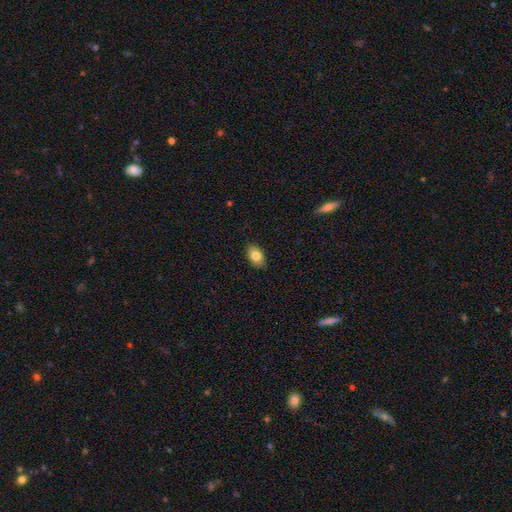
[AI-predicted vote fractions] Overall: smooth (81%). How rounded: in between (90%). Merging: none (88%).